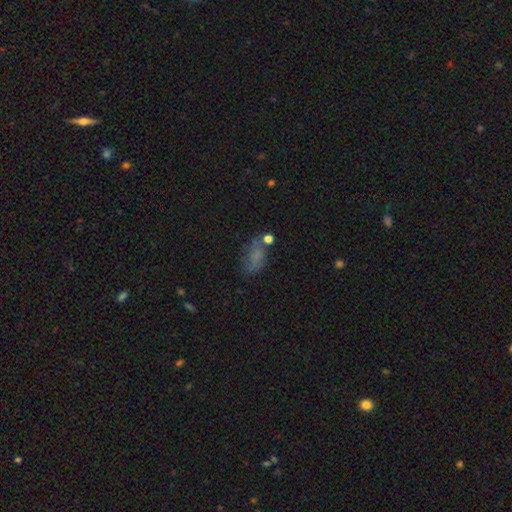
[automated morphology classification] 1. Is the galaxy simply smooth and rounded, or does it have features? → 59% smooth, 21% star or artifact, 20% featured or disk.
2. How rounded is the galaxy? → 85% in between, 12% round, 4% cigar-shaped.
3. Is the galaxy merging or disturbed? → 51% none, 23% minor disturbance, 15% major disturbance, 11% merger.